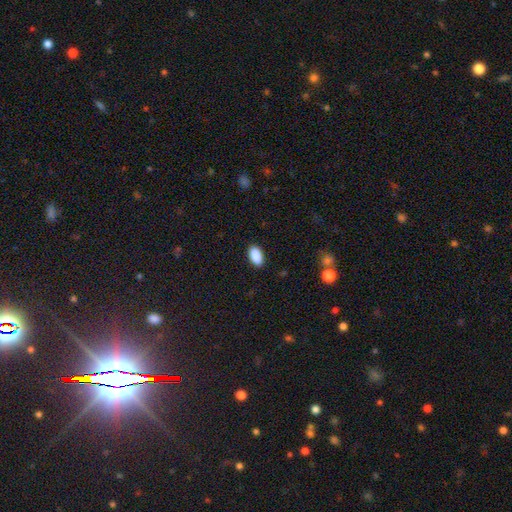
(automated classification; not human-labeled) smooth 90%, star or artifact 7%, featured or disk 3%. Down the decision tree: how rounded — in between (94%); merging — none (89%).